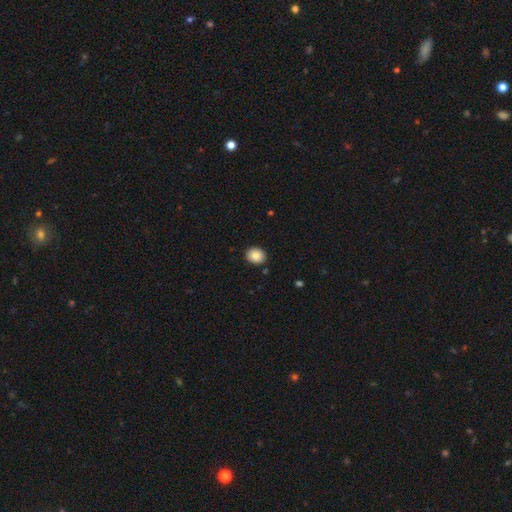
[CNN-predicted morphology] type=smooth (87%); roundness=round (64%); merging=none (90%).